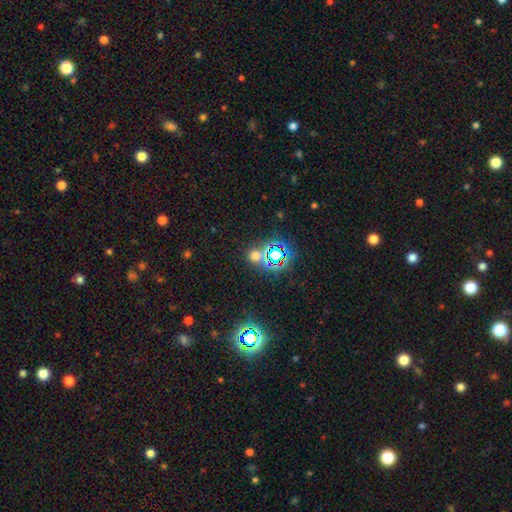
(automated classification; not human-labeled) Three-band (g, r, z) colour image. It shows a star or artifact, not a galaxy (47%).